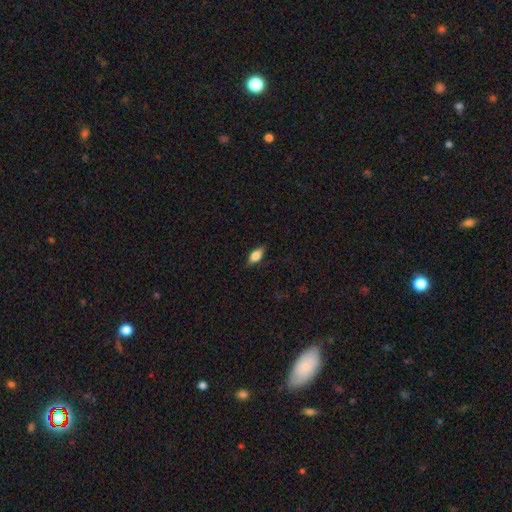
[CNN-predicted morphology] smooth-or-featured: smooth: 74% | featured or disk: 19% | star or artifact: 8%
  how-rounded: in between: 82% | cigar-shaped: 13% | round: 4%
  merging: none: 82% | minor disturbance: 14% | major disturbance: 3% | merger: 1%